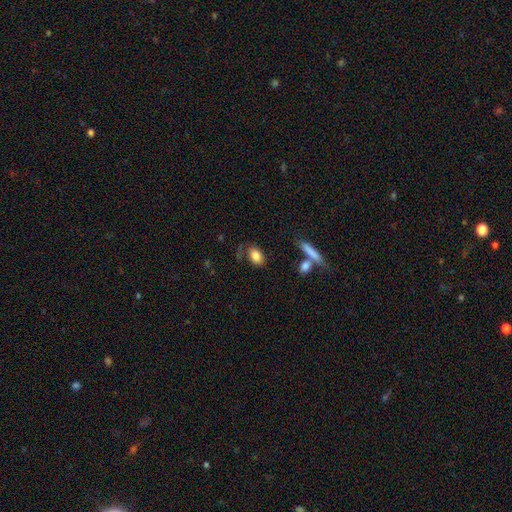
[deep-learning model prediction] Smooth or featured: smooth — 83% (featured or disk — 10%)
How rounded: in between — 86% (round — 11%)
Merging: none — 66% (minor disturbance — 18%)